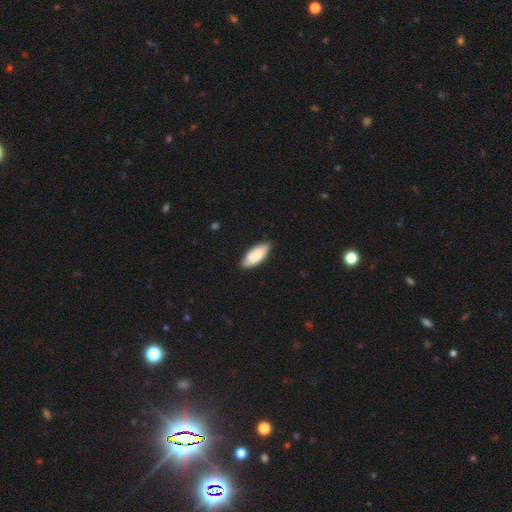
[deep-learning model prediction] Smooth or featured?
  - smooth: 78% *
  - featured or disk: 17%
  - star or artifact: 6%
How rounded?
  - in between: 84% *
  - cigar-shaped: 14%
  - round: 2%
Merging?
  - none: 79% *
  - minor disturbance: 17%
  - major disturbance: 2%
  - merger: 1%